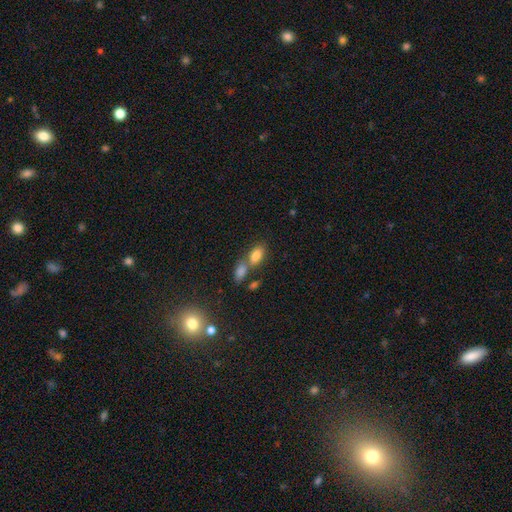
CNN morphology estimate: Smooth or featured?
  - smooth: 81% *
  - star or artifact: 10%
  - featured or disk: 8%
How rounded?
  - in between: 89% *
  - round: 7%
  - cigar-shaped: 4%
Merging?
  - none: 43% *
  - merger: 42%
  - minor disturbance: 11%
  - major disturbance: 4%